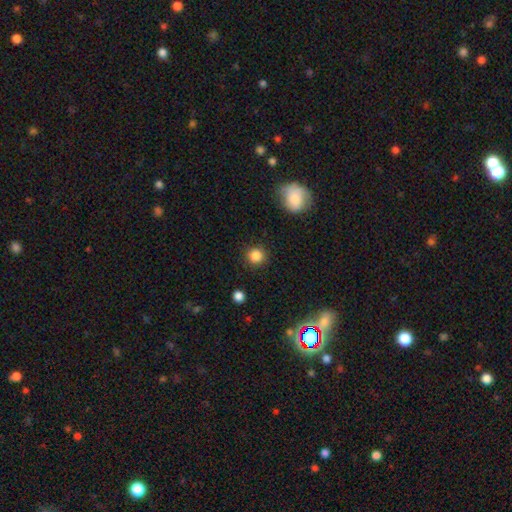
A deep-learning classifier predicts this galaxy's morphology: A smooth galaxy with no disk features (85%) that is round (92%). Merging: none (88%).